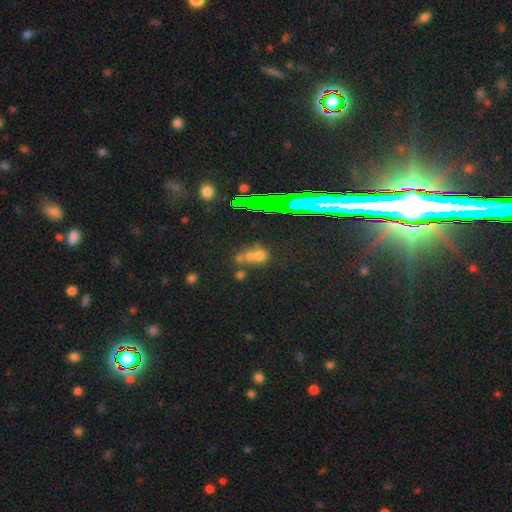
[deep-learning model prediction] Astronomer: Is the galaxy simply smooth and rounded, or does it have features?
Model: smooth — 49% (runner-up: star or artifact, 35%).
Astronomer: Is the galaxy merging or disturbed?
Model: none — 40%, tied with merger at 40%.